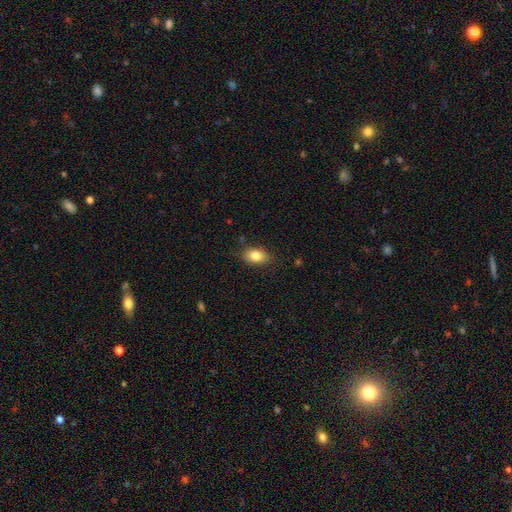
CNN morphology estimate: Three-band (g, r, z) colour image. It shows a smooth galaxy with no disk features (83%) that is in between round and cigar-shaped (86%). Merging: none (83%).